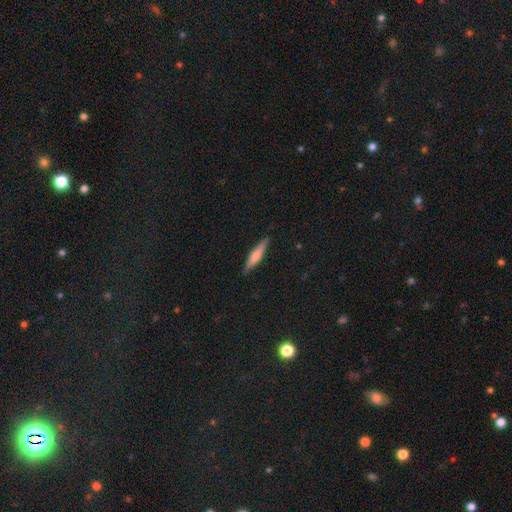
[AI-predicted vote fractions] A smooth galaxy with no disk features (57%) that is cigar-shaped (88%).

Vote fractions:
- Smooth or featured? smooth: 57% / featured or disk: 38% / star or artifact: 6%
- How rounded? cigar-shaped: 88% / in between: 11% / round: 2%
- Merging? none: 88% / minor disturbance: 9% / major disturbance: 2% / merger: 1%